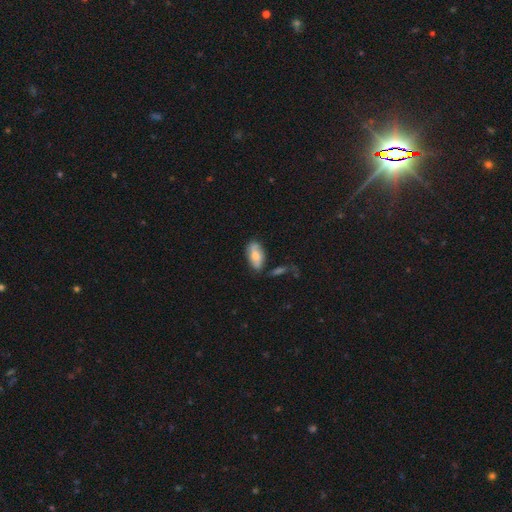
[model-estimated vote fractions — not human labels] Smooth or featured?
  - smooth: 62% *
  - featured or disk: 31%
  - star or artifact: 7%
How rounded?
  - in between: 92% *
  - cigar-shaped: 5%
  - round: 3%
Merging?
  - none: 65% *
  - minor disturbance: 23%
  - major disturbance: 6%
  - merger: 6%